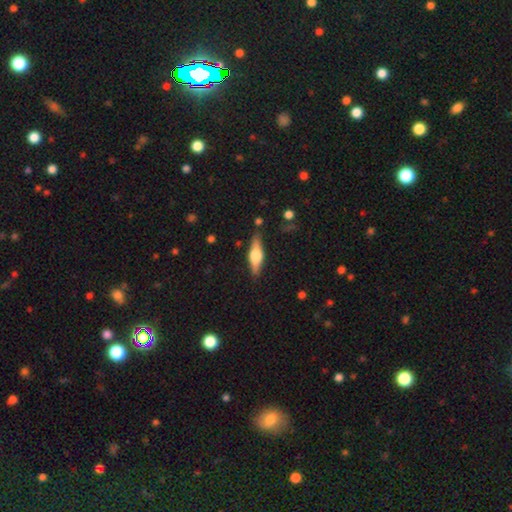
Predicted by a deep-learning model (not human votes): Q: Smooth or featured?
A: featured or disk (56%); runner-up: smooth (38%)
Q: Edge-on disk?
A: yes (94%); runner-up: no (6%)
Q: Edge-on bulge?
A: rounded (91%); runner-up: boxy (7%)
Q: Merging?
A: none (84%); runner-up: minor disturbance (11%)